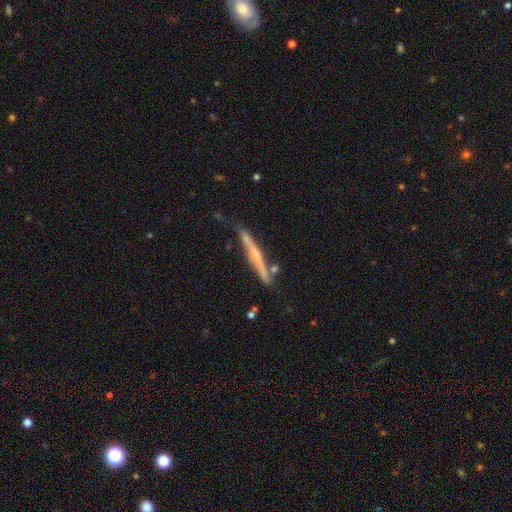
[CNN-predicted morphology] smooth-or-featured: featured or disk: 65% | smooth: 29% | star or artifact: 6%
  disk-edge-on: yes: 96% | no: 4%
    edge-on-bulge: rounded: 52% | none: 40% | boxy: 8%
  merging: none: 71% | minor disturbance: 19% | merger: 6% | major disturbance: 4%